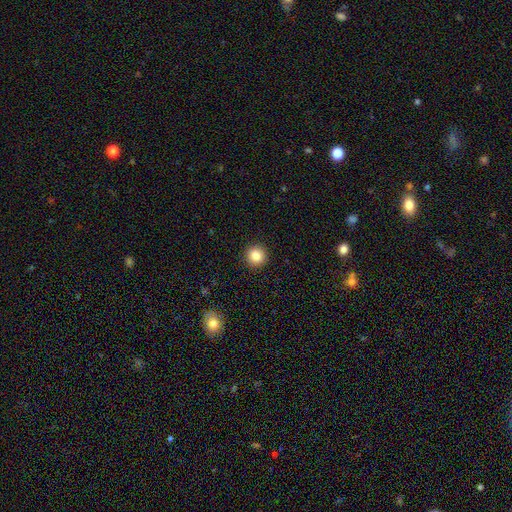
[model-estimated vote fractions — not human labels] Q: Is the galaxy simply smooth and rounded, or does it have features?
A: smooth — 85%.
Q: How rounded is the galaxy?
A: round — 95%.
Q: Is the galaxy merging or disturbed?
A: none — 93%.